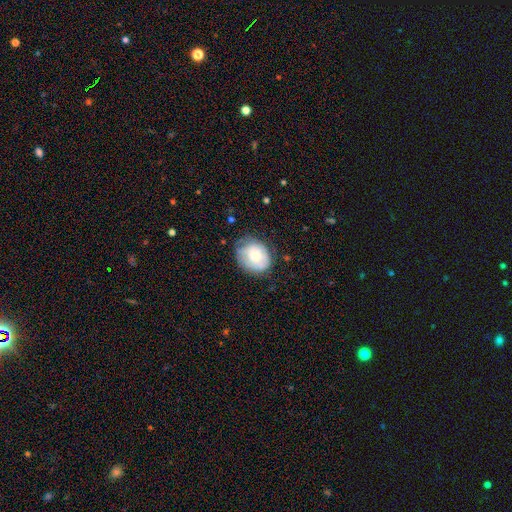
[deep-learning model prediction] Overall: smooth (55%; featured or disk 38%). How rounded: round (59%; in between 40%). Merging: none (60%; minor disturbance 29%).